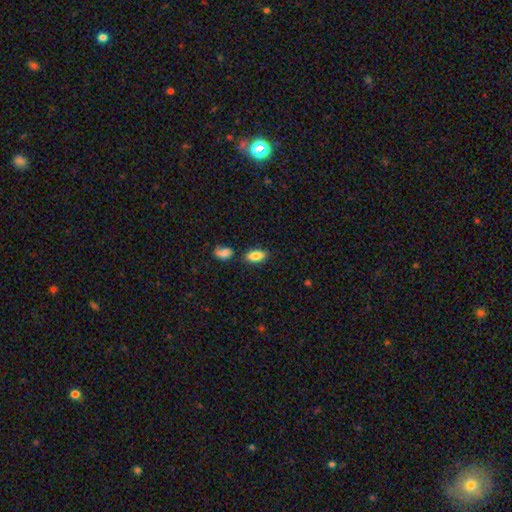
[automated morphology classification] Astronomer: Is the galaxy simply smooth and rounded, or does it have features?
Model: smooth — 82%.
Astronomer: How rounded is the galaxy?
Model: in between — 89%.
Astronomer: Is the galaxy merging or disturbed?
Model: none — 79%.